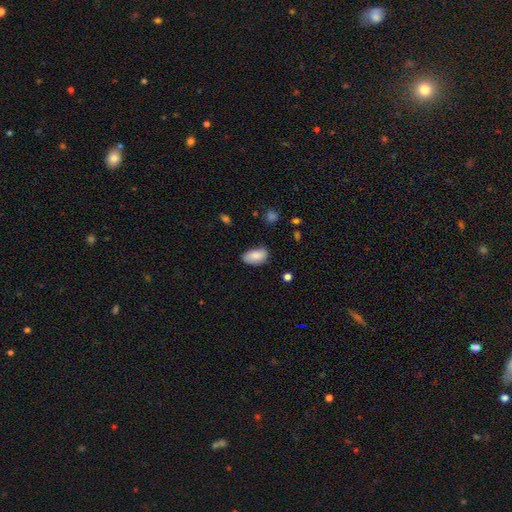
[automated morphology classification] The model was most divided on "merging": none: 68%, minor disturbance: 25%, major disturbance: 5%, merger: 2%. More confident: how rounded — in between (93%); smooth or featured — smooth (82%).